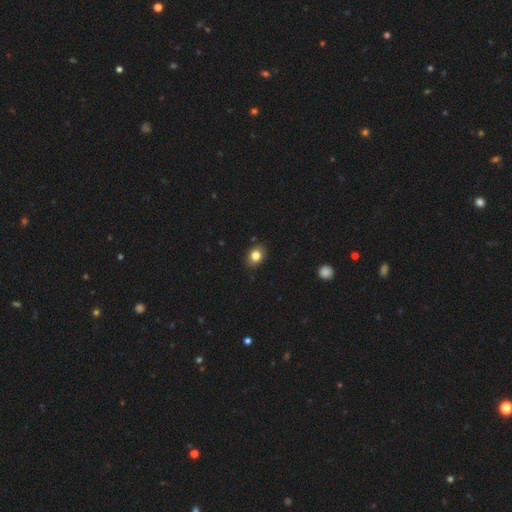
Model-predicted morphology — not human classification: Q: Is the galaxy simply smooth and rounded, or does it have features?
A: smooth — 81%.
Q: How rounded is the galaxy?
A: in between — 53%.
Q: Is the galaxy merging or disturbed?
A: none — 86%.